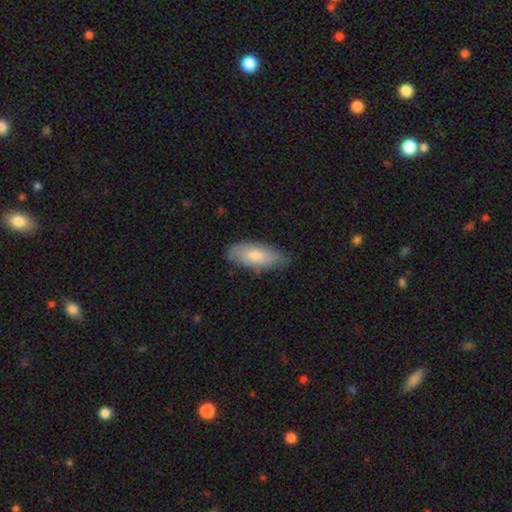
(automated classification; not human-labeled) smooth_or_featured: smooth (p=0.77) [alt: featured or disk p=0.18]
how_rounded: in between (p=0.85) [alt: cigar-shaped p=0.13]
merging: none (p=0.74) [alt: minor disturbance p=0.21]